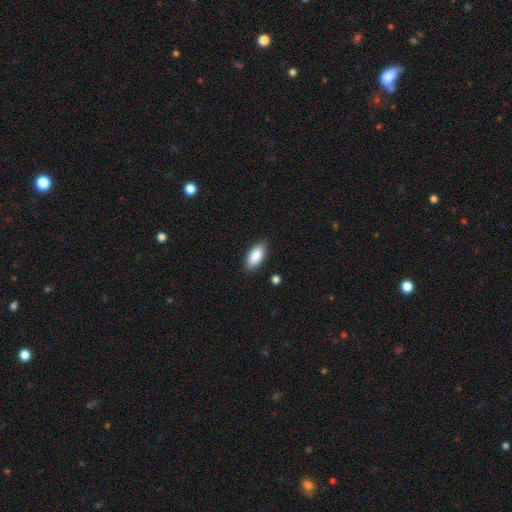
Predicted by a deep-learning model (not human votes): Smooth or featured: smooth — 87% (featured or disk — 7%)
How rounded: in between — 87% (cigar-shaped — 11%)
Merging: none — 87% (minor disturbance — 10%)